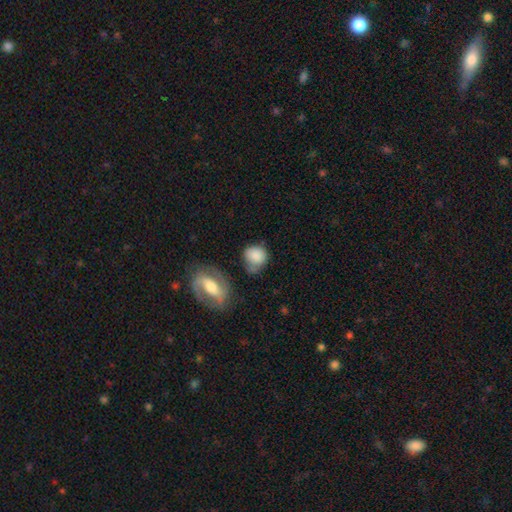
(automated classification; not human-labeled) A smooth galaxy with no disk features (78%) that is round (69%). Merging: none (48%).